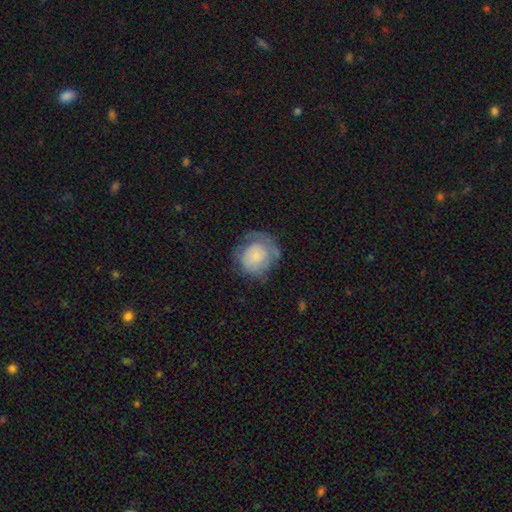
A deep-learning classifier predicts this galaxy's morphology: Q: Smooth or featured?
A: smooth (60%); runner-up: featured or disk (32%)
Q: How rounded?
A: round (81%); runner-up: in between (18%)
Q: Merging?
A: none (51%); runner-up: minor disturbance (27%)